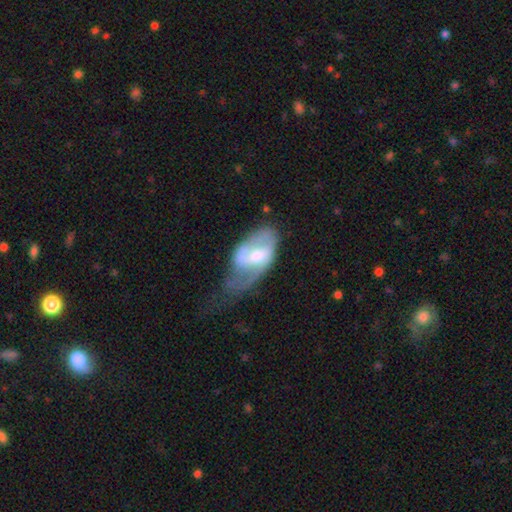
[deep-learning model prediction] Overall: featured or disk (61%; smooth 34%). Edge-on disk: no (94%). Bar: weak (48%; no 36%). Spiral arms: yes (71%). Bulge size: moderate (60%; small 26%). Merging: major disturbance (43%; minor disturbance 31%).